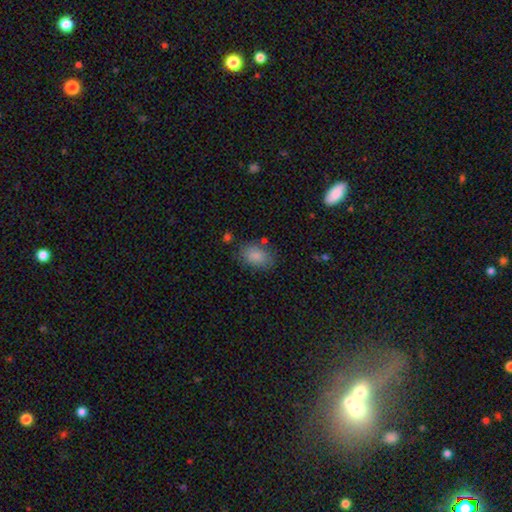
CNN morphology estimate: Q: Smooth or featured?
A: smooth (86%); runner-up: star or artifact (8%)
Q: How rounded?
A: in between (83%); runner-up: round (16%)
Q: Merging?
A: none (75%); runner-up: minor disturbance (16%)